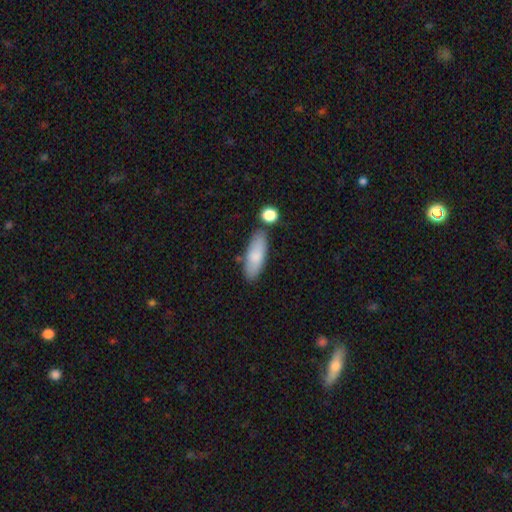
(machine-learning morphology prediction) Smooth or featured? smooth (81%)
How rounded? in between (68%)
Merging? none (76%)